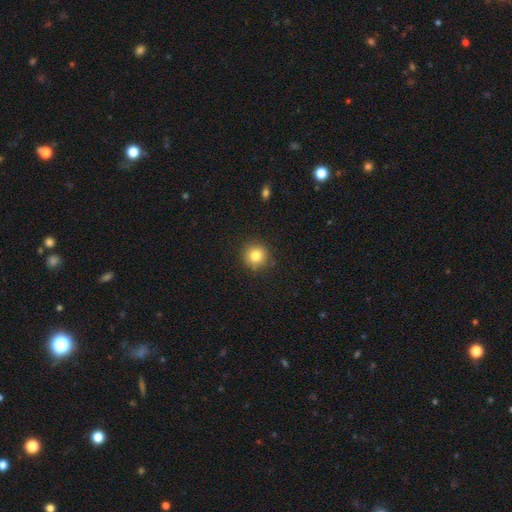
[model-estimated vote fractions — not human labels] The model was most divided on "smooth or featured": smooth: 82%, star or artifact: 11%, featured or disk: 8%. More confident: how rounded — round (93%); merging — none (89%).